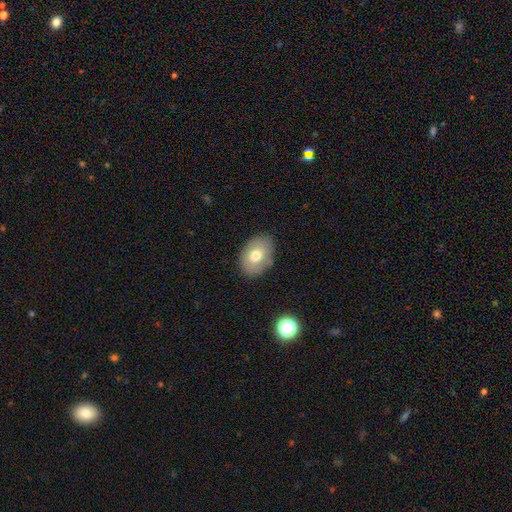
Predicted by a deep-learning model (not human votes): Smooth or featured: smooth — 70% (featured or disk — 22%)
How rounded: in between — 79% (round — 20%)
Merging: none — 82% (minor disturbance — 13%)